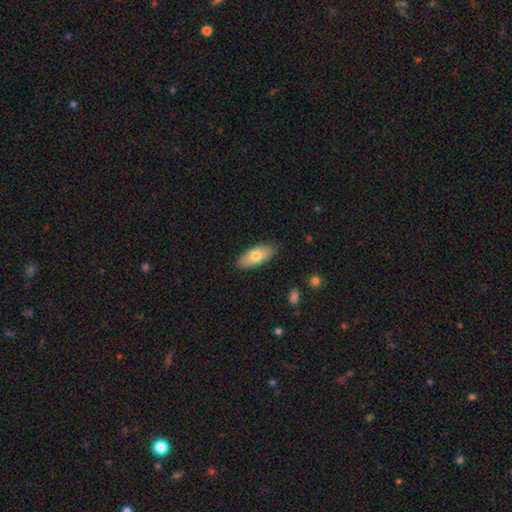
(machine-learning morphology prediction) Overall: smooth (73%). How rounded: in between (86%). Merging: none (85%).